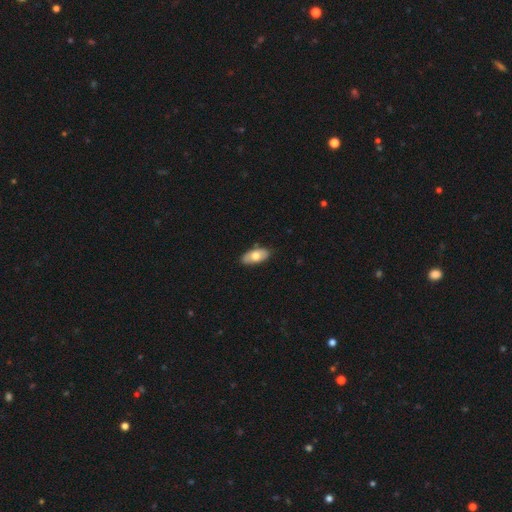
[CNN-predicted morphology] Smooth or featured? smooth (70%)
How rounded? in between (92%)
Merging? none (84%)